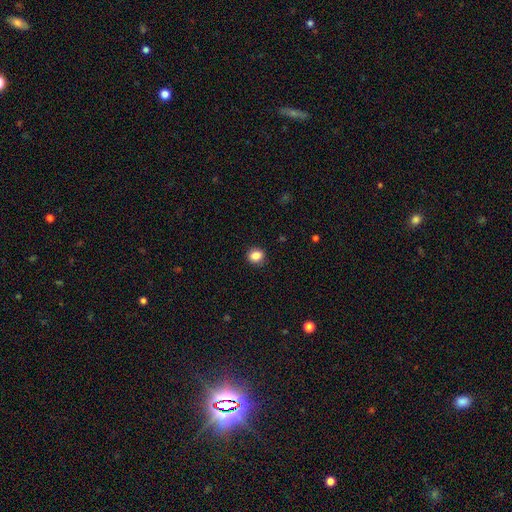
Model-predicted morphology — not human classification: Smooth or featured: smooth — 85% (star or artifact — 10%)
How rounded: round — 71% (in between — 28%)
Merging: none — 90% (minor disturbance — 7%)